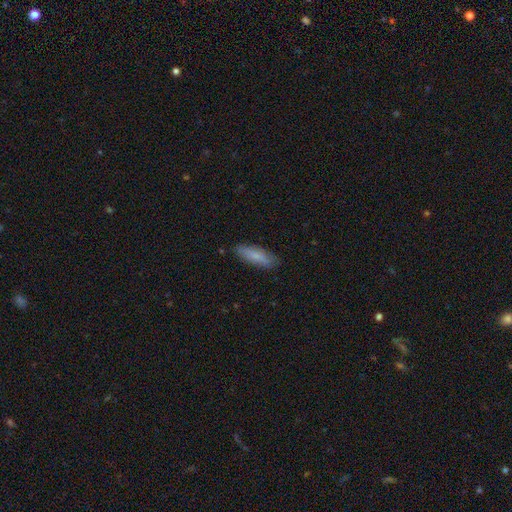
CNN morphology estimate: A smooth galaxy with no disk features (79%) that is cigar-shaped (55%).

Vote fractions:
- Smooth or featured? smooth: 79% / featured or disk: 15% / star or artifact: 6%
- How rounded? cigar-shaped: 55% / in between: 43% / round: 2%
- Merging? none: 82% / minor disturbance: 14% / major disturbance: 3% / merger: 1%